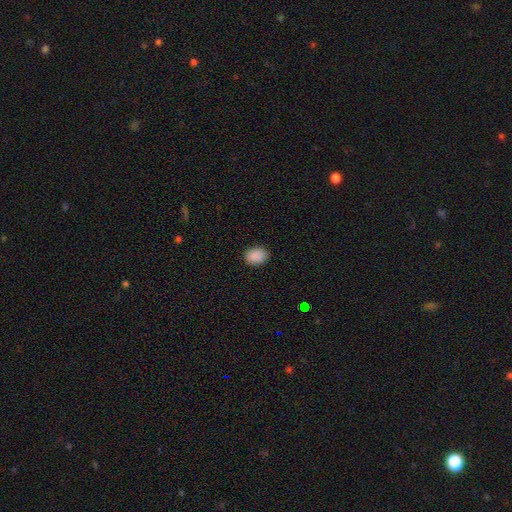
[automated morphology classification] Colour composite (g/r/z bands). It shows a smooth galaxy with no disk features (89%) that is in between round and cigar-shaped (64%). Merging: none (88%).